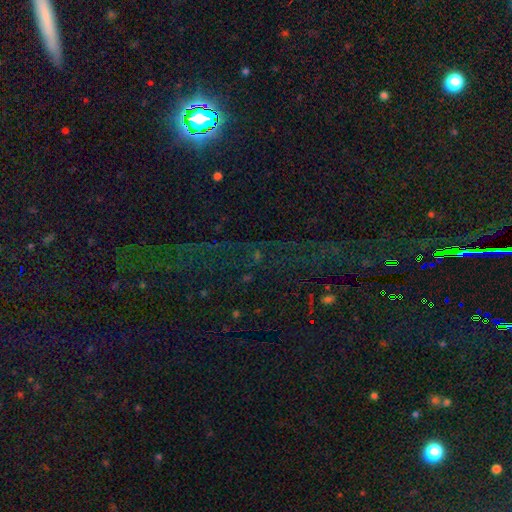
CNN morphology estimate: star or artifact 78%, smooth 12%, featured or disk 10%.